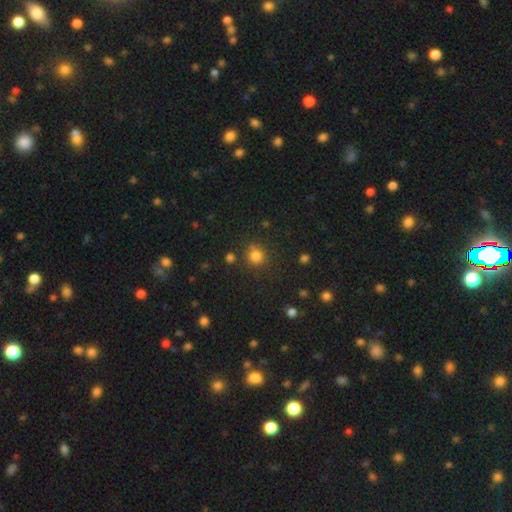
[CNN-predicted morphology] Smooth or featured?
  - smooth: 80% *
  - star or artifact: 14%
  - featured or disk: 5%
How rounded?
  - round: 89% *
  - in between: 10%
  - cigar-shaped: 1%
Merging?
  - none: 78% *
  - minor disturbance: 12%
  - merger: 7%
  - major disturbance: 4%